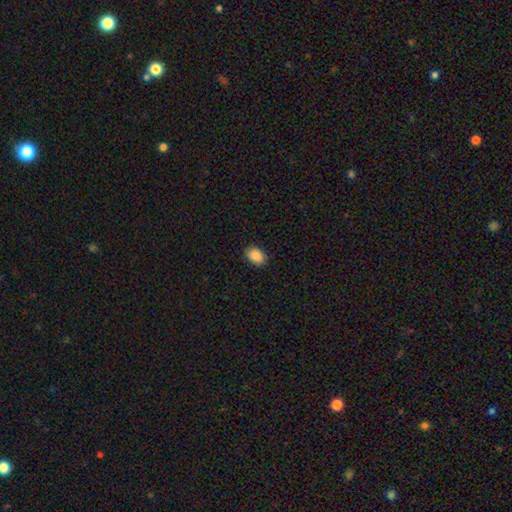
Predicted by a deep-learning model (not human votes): Smooth or featured?
  - smooth: 90% *
  - star or artifact: 7%
  - featured or disk: 3%
How rounded?
  - in between: 82% *
  - round: 17%
  - cigar-shaped: 1%
Merging?
  - none: 89% *
  - minor disturbance: 8%
  - major disturbance: 2%
  - merger: 1%